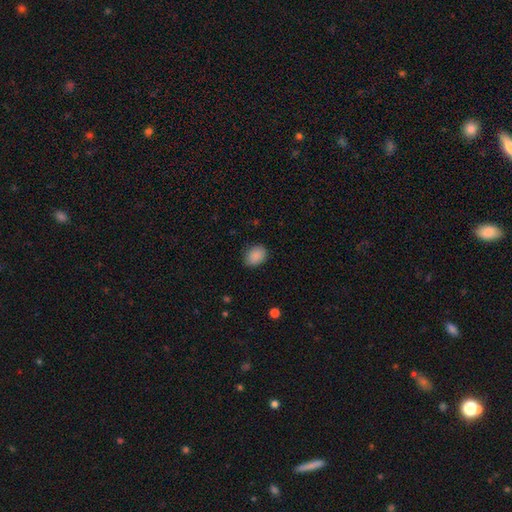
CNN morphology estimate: Overall: smooth (89%). How rounded: in between (65%; round 34%). Merging: none (84%).